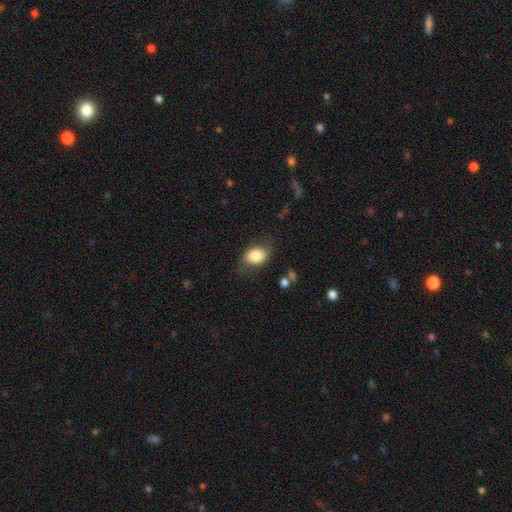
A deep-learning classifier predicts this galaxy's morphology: Smooth or featured: smooth — 82% (featured or disk — 10%)
How rounded: in between — 72% (round — 27%)
Merging: none — 73% (minor disturbance — 19%)